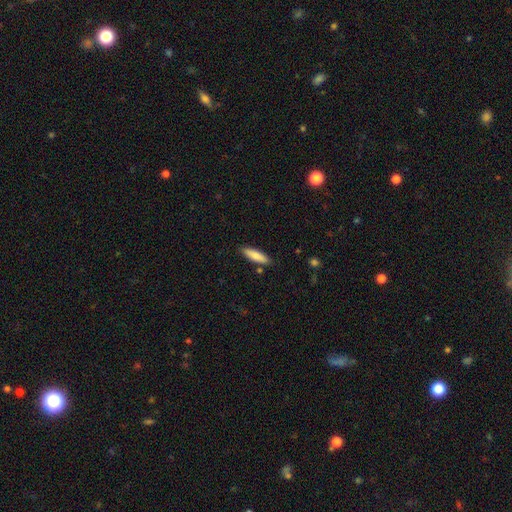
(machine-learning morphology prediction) Smooth or featured: smooth — 81% (featured or disk — 13%)
How rounded: cigar-shaped — 63% (in between — 36%)
Merging: none — 86% (minor disturbance — 10%)